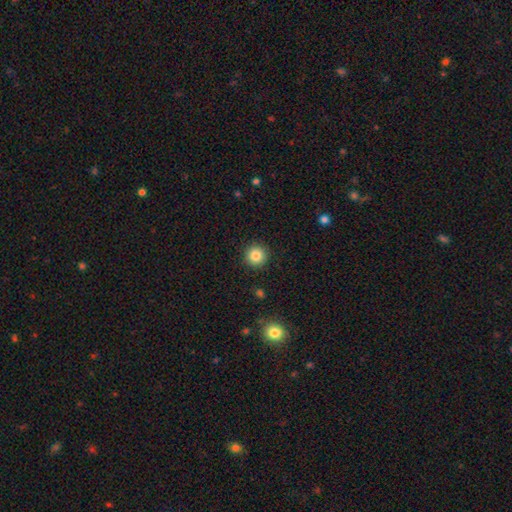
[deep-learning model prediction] A smooth galaxy with no disk features (85%) that is round (95%).

Vote fractions:
- Smooth or featured? smooth: 85% / star or artifact: 11% / featured or disk: 5%
- How rounded? round: 95% / in between: 4% / cigar-shaped: 1%
- Merging? none: 91% / minor disturbance: 6% / major disturbance: 2% / merger: 1%